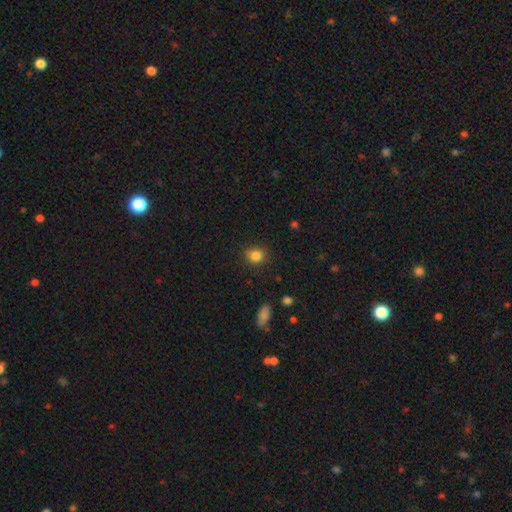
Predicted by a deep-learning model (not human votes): smooth-or-featured: smooth: 84% | star or artifact: 11% | featured or disk: 5%
  how-rounded: round: 80% | in between: 19% | cigar-shaped: 1%
  merging: none: 86% | minor disturbance: 10% | major disturbance: 3% | merger: 1%